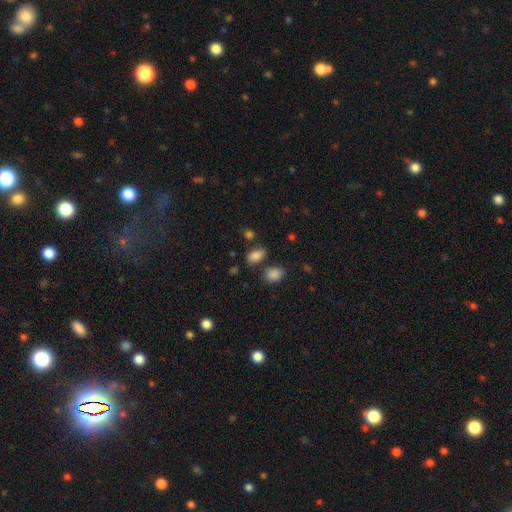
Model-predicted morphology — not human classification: The model was most divided on "merging": none: 73%, minor disturbance: 14%, merger: 9%, major disturbance: 4%. More confident: how rounded — in between (87%); smooth or featured — smooth (83%).